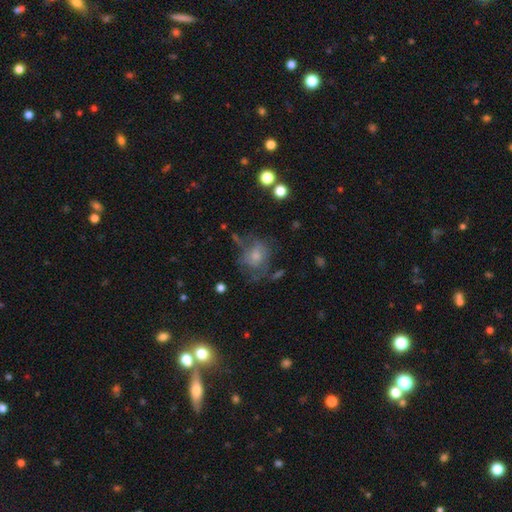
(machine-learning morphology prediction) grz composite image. It shows a smooth galaxy with no disk features (47%). Merging: none (42%).